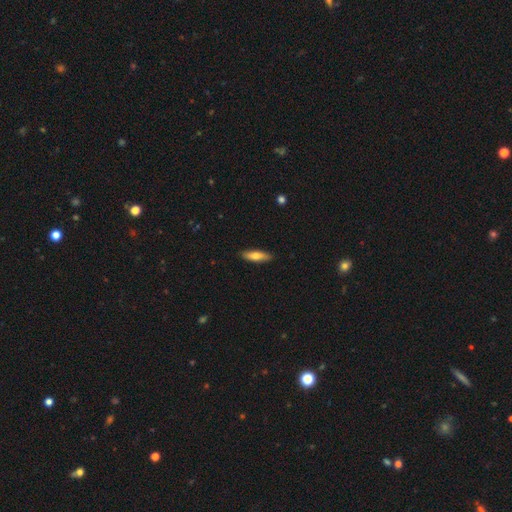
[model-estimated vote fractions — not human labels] Smooth or featured? Predicted: smooth (p=0.69). How rounded? Predicted: cigar-shaped (p=0.61). Merging? Predicted: none (p=0.88).